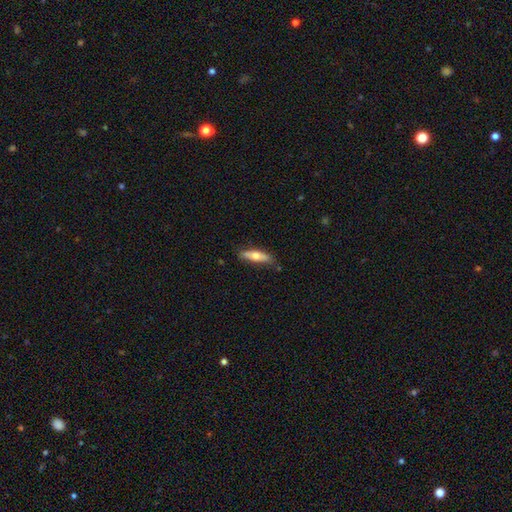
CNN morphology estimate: type=smooth (59%); roundness=cigar-shaped (65%); merging=none (79%).